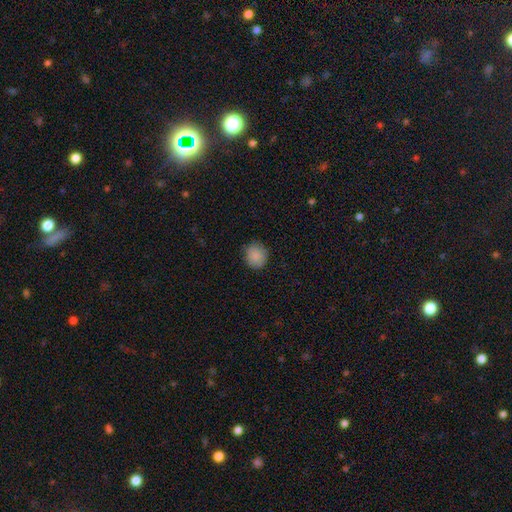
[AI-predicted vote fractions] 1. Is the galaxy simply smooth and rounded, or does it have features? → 88% smooth, 8% star or artifact, 4% featured or disk.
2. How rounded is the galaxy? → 81% round, 18% in between, 1% cigar-shaped.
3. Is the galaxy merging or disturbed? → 83% none, 13% minor disturbance, 3% major disturbance, 1% merger.